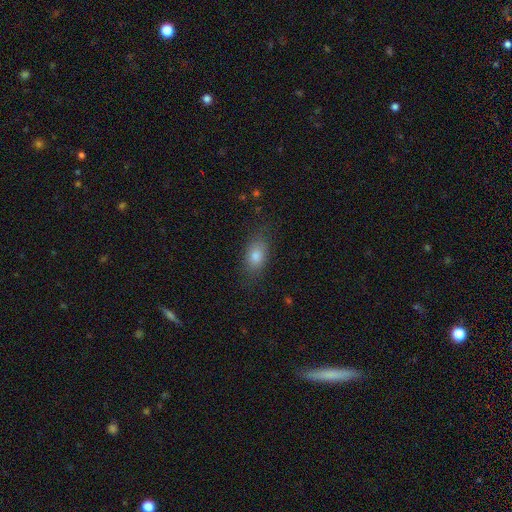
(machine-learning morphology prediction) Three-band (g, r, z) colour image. It shows a smooth galaxy with no disk features (79%) that is in between round and cigar-shaped (82%). Merging: none (80%).